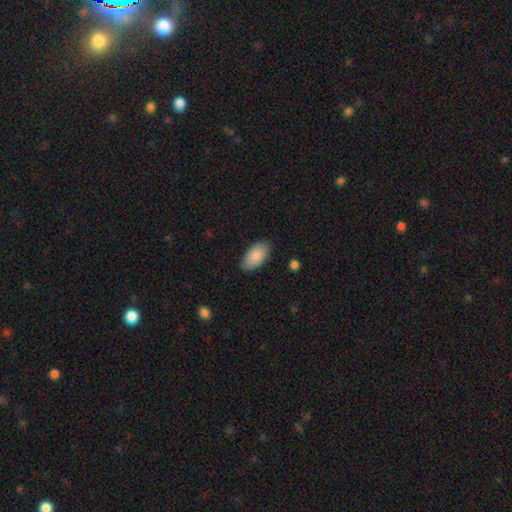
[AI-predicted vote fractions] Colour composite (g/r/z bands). It shows a smooth galaxy with no disk features (87%) that is in between round and cigar-shaped (95%). Merging: none (84%).